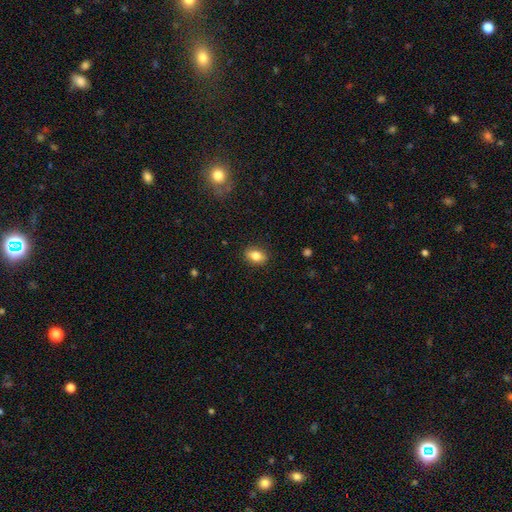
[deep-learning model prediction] The model was most divided on "how rounded": in between: 82%, round: 14%, cigar-shaped: 4%. More confident: merging — none (87%); smooth or featured — smooth (81%).